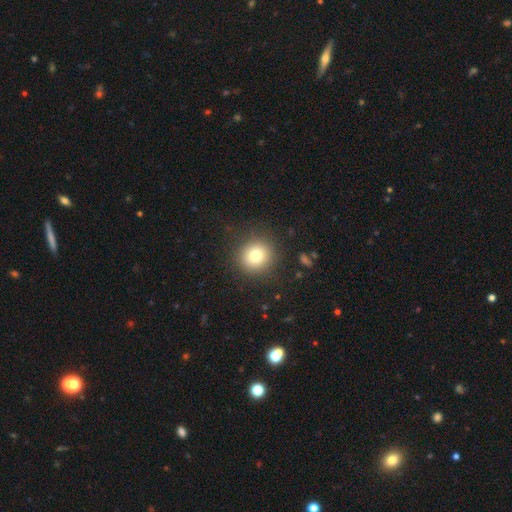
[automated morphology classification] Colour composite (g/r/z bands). It shows a smooth galaxy with no disk features (79%) that is round (90%). Merging: none (88%).